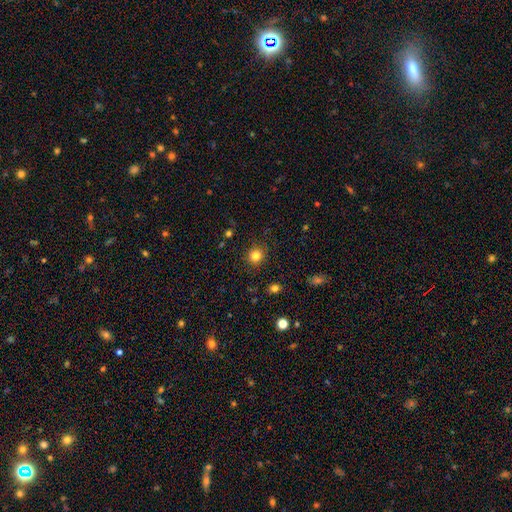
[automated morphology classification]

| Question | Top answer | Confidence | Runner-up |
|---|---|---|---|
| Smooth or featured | smooth | 82% | star or artifact (13%) |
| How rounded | round | 87% | in between (13%) |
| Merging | none | 88% | minor disturbance (8%) |